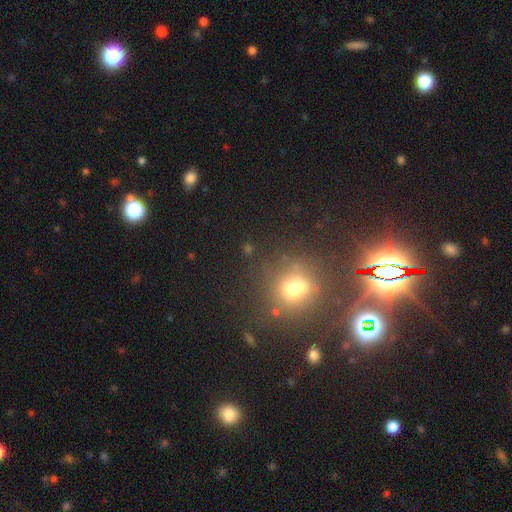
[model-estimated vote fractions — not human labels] Morphology: type=star or artifact (56%).